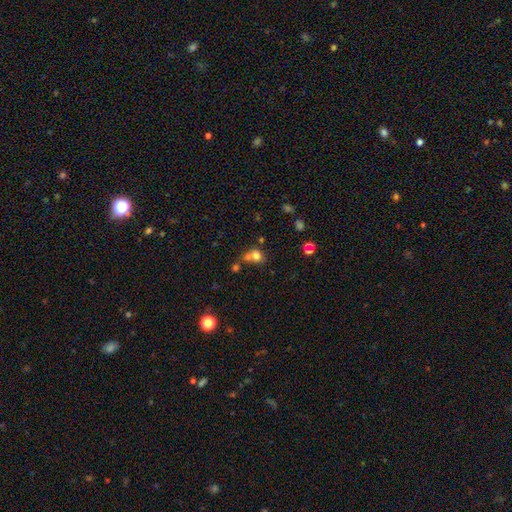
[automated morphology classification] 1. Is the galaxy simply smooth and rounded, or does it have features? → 72% smooth, 15% star or artifact, 12% featured or disk.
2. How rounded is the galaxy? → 71% round, 28% in between, 1% cigar-shaped.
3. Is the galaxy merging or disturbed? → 50% merger, 36% none, 9% minor disturbance, 5% major disturbance.